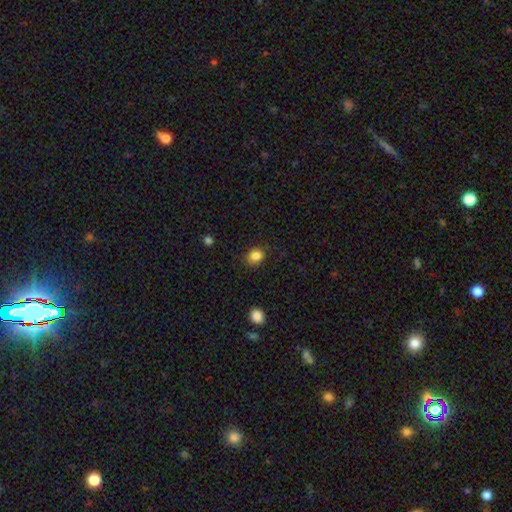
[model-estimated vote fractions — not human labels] A smooth galaxy with no disk features (86%) that is round (62%).

Vote fractions:
- Smooth or featured? smooth: 86% / star or artifact: 11% / featured or disk: 4%
- How rounded? round: 62% / in between: 38% / cigar-shaped: 1%
- Merging? none: 84% / minor disturbance: 12% / major disturbance: 3% / merger: 1%